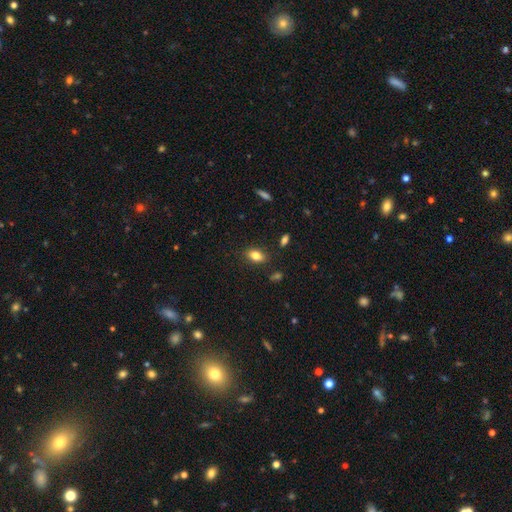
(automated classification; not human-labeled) The model was most divided on "smooth or featured": smooth: 81%, featured or disk: 10%, star or artifact: 9%. More confident: how rounded — in between (85%); merging — none (84%).